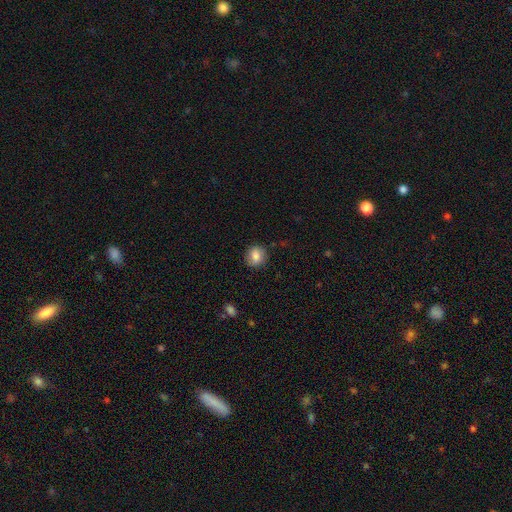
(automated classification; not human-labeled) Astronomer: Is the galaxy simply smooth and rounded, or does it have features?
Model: smooth — 83%.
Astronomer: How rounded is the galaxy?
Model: round — 75%.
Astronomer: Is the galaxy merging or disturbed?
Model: none — 84%.